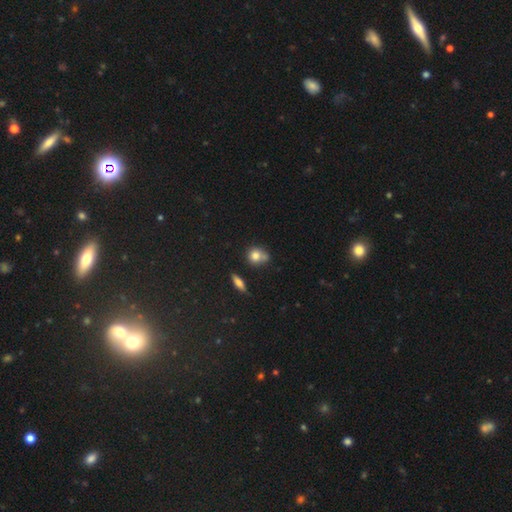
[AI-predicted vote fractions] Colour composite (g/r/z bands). It shows a smooth galaxy with no disk features (77%) that is round (70%). Merging: none (50%).